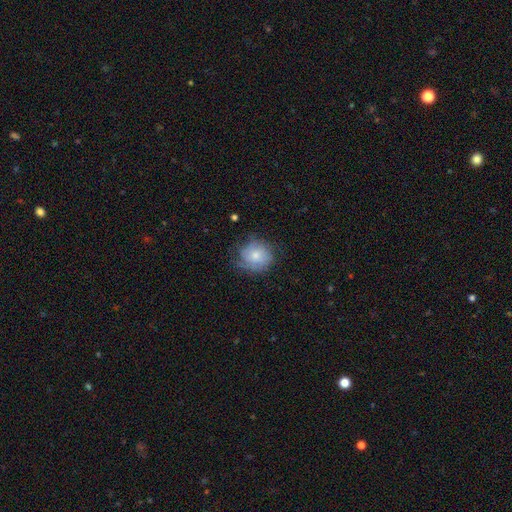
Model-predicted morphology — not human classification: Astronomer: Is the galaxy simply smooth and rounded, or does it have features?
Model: smooth — 59%.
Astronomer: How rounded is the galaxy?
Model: round — 80%.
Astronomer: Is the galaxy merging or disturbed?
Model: none — 58%.